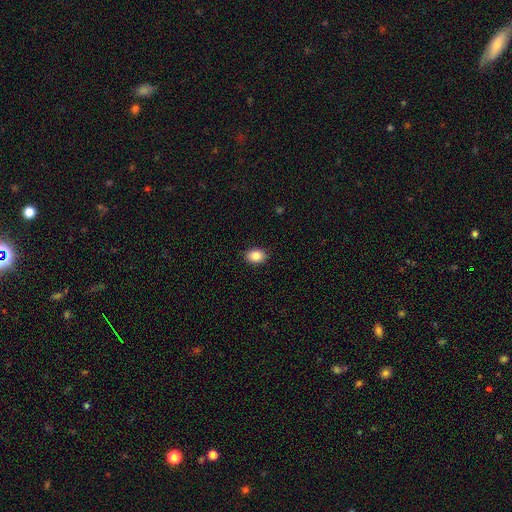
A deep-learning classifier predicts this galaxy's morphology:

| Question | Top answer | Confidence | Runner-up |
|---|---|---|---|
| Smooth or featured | smooth | 85% | star or artifact (8%) |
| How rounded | in between | 71% | round (28%) |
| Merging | none | 90% | minor disturbance (8%) |